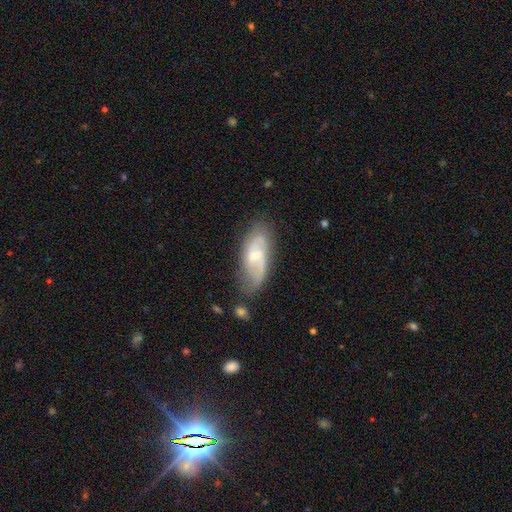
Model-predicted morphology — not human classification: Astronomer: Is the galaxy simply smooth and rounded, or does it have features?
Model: featured or disk — 71%.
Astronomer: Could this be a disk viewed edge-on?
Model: no — 93%.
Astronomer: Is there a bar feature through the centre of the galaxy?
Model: weak — 50% (runner-up: no, 39%).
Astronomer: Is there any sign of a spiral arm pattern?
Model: yes — 91%.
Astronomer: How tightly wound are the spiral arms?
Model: medium — 42% (runner-up: loose, 41%).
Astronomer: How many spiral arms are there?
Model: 2 — 71%.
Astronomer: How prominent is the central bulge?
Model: small — 51% (runner-up: moderate, 41%).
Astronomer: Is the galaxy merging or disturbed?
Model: none — 65%.